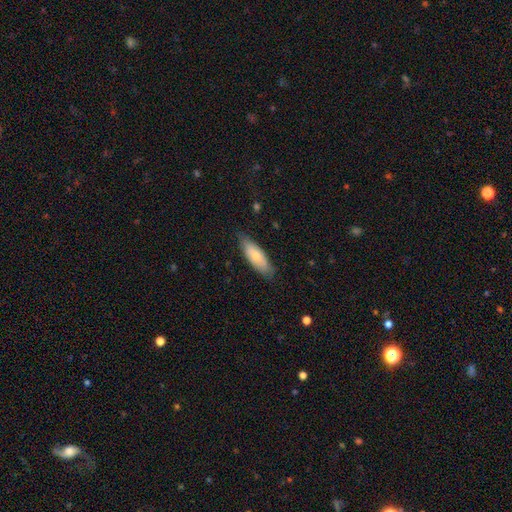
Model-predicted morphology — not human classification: smooth-or-featured: smooth: 70% | featured or disk: 25% | star or artifact: 6%
  how-rounded: in between: 63% | cigar-shaped: 36% | round: 2%
  merging: none: 80% | minor disturbance: 16% | major disturbance: 3% | merger: 1%